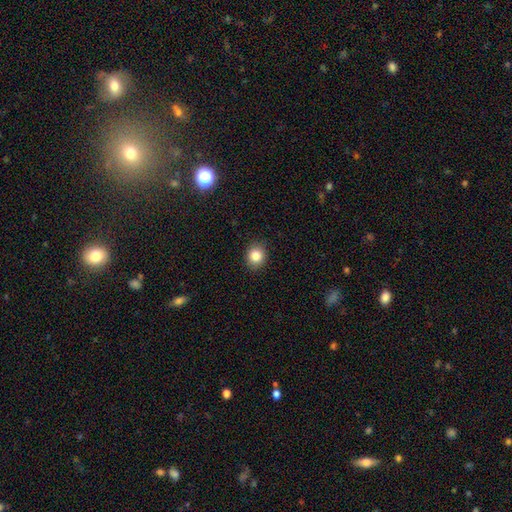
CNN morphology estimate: smooth_or_featured: smooth (p=0.84) [alt: star or artifact p=0.10]
how_rounded: round (p=0.74) [alt: in between p=0.25]
merging: none (p=0.90) [alt: minor disturbance p=0.07]